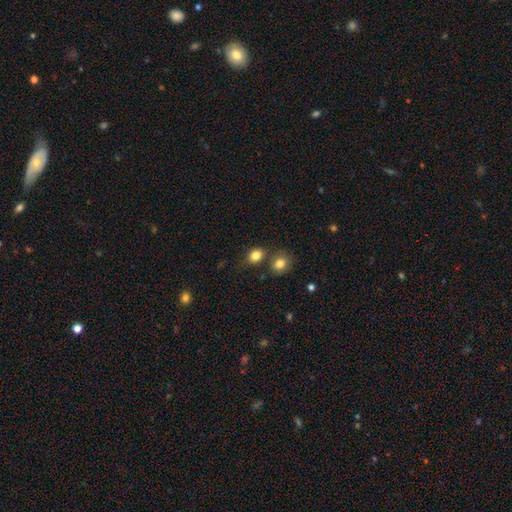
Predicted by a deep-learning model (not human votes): A smooth galaxy with no disk features (83%) that is round (52%). Merging: none (66%).